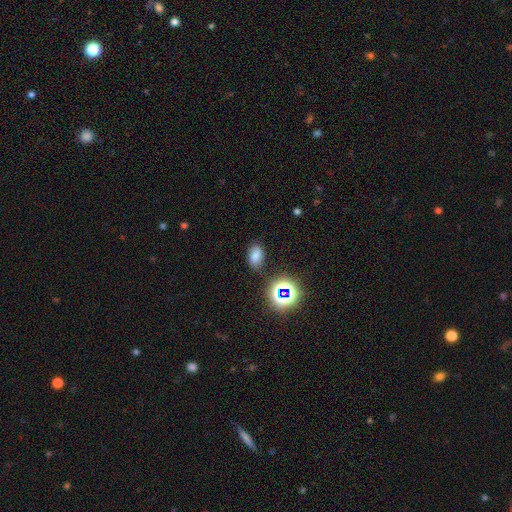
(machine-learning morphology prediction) A smooth galaxy with no disk features (70%) that is in between round and cigar-shaped (85%). Merging: none (76%).